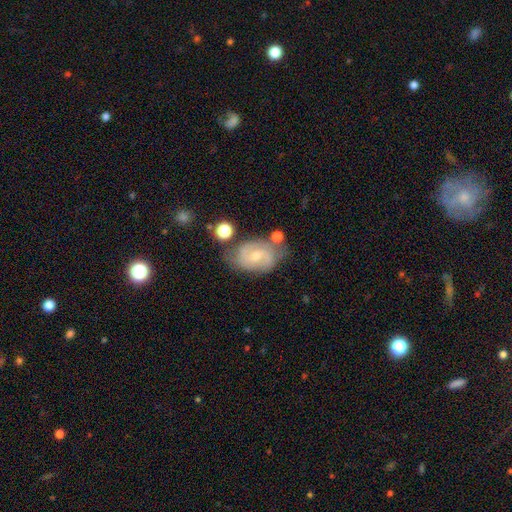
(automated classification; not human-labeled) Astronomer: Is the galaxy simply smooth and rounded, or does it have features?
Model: featured or disk — 76%.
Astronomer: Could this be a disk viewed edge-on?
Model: no — 97%.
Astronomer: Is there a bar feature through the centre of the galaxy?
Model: no — 49% (runner-up: weak, 44%).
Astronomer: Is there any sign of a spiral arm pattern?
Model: yes — 94%.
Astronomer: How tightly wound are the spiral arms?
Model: medium — 47% (runner-up: tight, 38%).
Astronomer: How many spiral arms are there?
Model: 2 — 80%.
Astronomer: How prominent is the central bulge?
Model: small — 56% (runner-up: moderate, 38%).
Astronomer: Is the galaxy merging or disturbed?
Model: none — 65%.